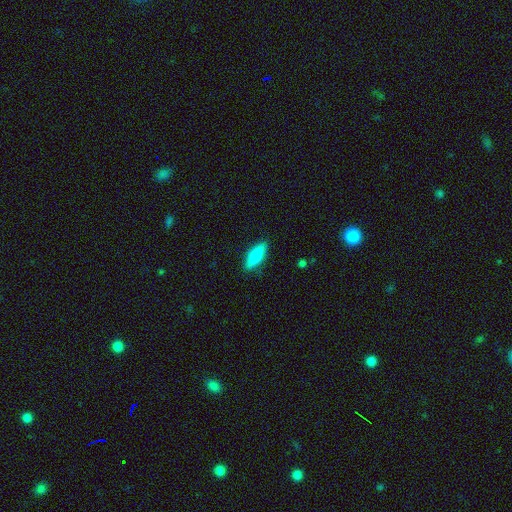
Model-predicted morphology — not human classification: The model was most divided on "how rounded": cigar-shaped: 50%, in between: 48%, round: 2%. More confident: merging — none (88%); smooth or featured — smooth (73%).